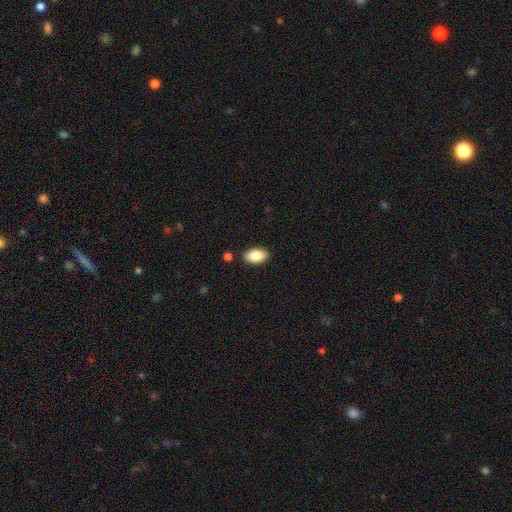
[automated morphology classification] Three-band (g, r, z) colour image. It shows a smooth galaxy with no disk features (86%) that is in between round and cigar-shaped (94%). Merging: none (86%).